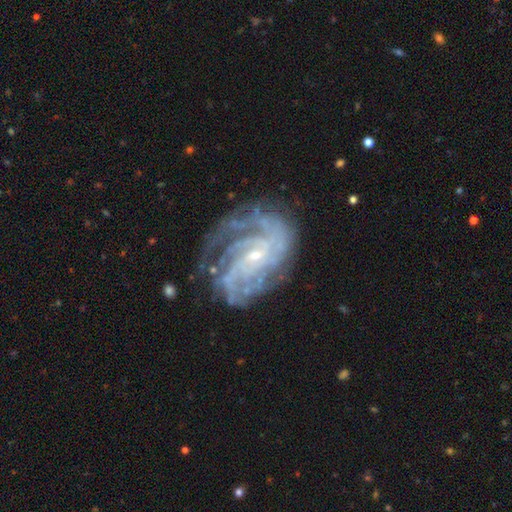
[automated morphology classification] type=featured or disk (88%); edge-on=no (97%); bar=no (54%); spiral arms=yes (97%); winding=tight (63%); arm count=can't tell (27%); bulge=small (79%); merging=none (67%).